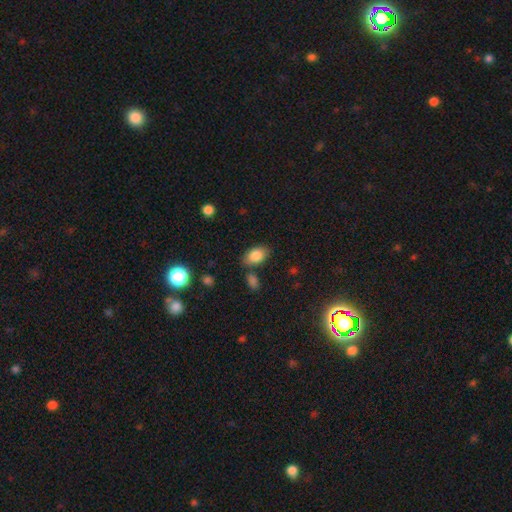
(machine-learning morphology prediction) smooth-or-featured: smooth: 85% | star or artifact: 8% | featured or disk: 7%
  how-rounded: in between: 89% | round: 9% | cigar-shaped: 2%
  merging: none: 75% | minor disturbance: 14% | merger: 8% | major disturbance: 4%